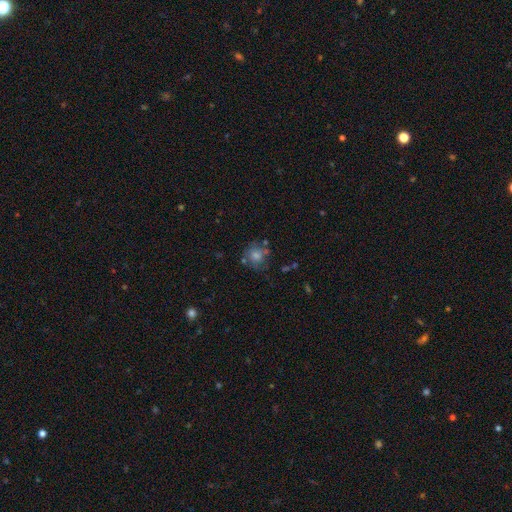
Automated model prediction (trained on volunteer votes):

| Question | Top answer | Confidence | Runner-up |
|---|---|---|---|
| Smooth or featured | smooth | 57% | featured or disk (24%) |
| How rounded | round | 83% | in between (16%) |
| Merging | none | 64% | minor disturbance (19%) |